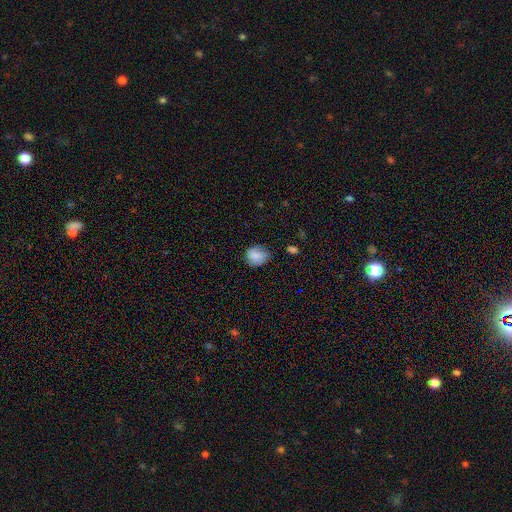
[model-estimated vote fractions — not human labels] A smooth galaxy with no disk features (80%) that is round (71%). Merging: none (64%).